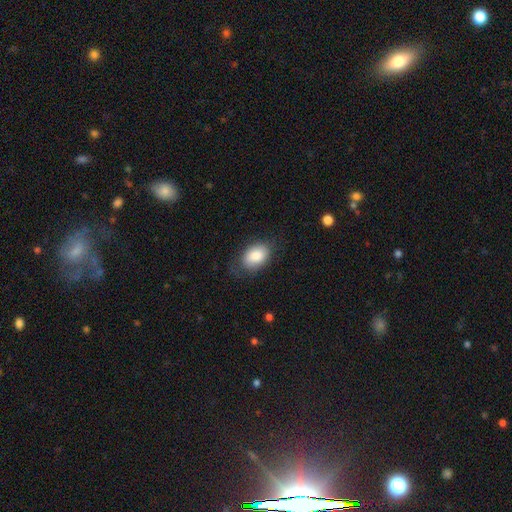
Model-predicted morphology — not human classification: Smooth or featured? Predicted: smooth (p=0.84). How rounded? Predicted: in between (p=0.86). Merging? Predicted: none (p=0.71).